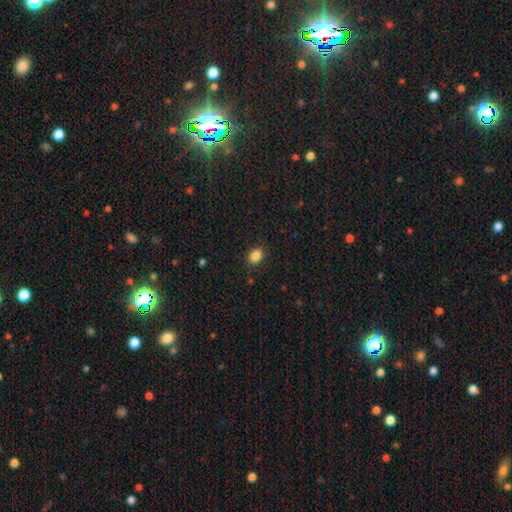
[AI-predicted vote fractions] A smooth galaxy with no disk features (86%) that is in between round and cigar-shaped (59%). Merging: none (87%).